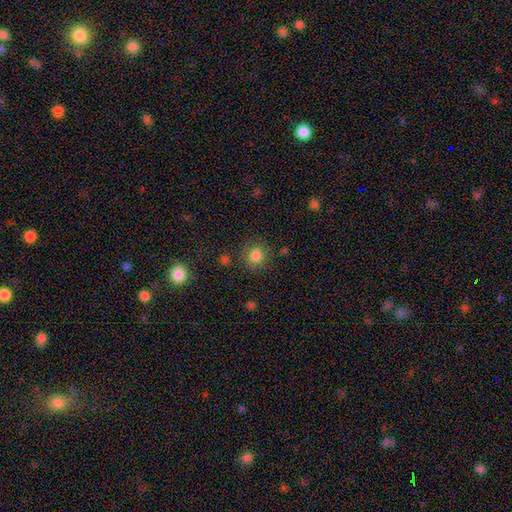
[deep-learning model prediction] smooth_or_featured: smooth (p=0.82) [alt: star or artifact p=0.12]
how_rounded: round (p=0.87) [alt: in between p=0.12]
merging: none (p=0.80) [alt: minor disturbance p=0.12]